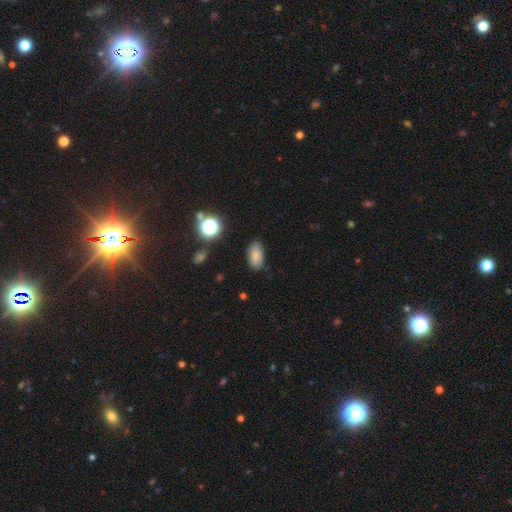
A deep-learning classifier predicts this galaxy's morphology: The model was most divided on "merging": none: 78%, minor disturbance: 17%, major disturbance: 4%, merger: 2%. More confident: how rounded — in between (91%); smooth or featured — smooth (81%).